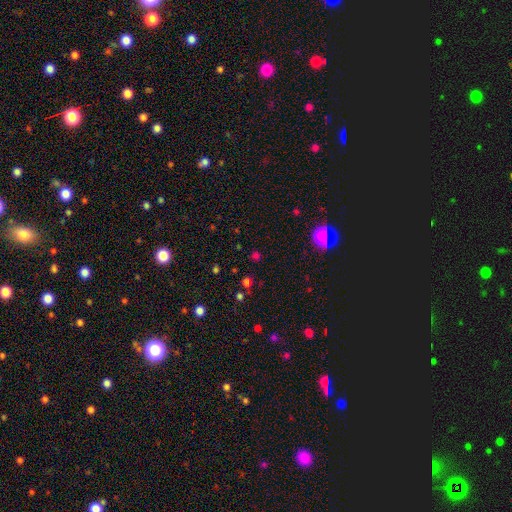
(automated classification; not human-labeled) This is possibly a smooth galaxy (49%). Merging: clearly none (83%).